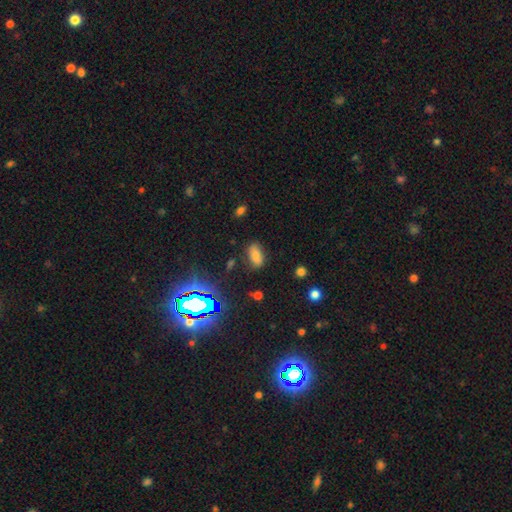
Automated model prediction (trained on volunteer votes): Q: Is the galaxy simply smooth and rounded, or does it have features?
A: smooth — 72%.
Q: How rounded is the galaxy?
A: in between — 90%.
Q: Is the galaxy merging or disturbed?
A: none — 81%.